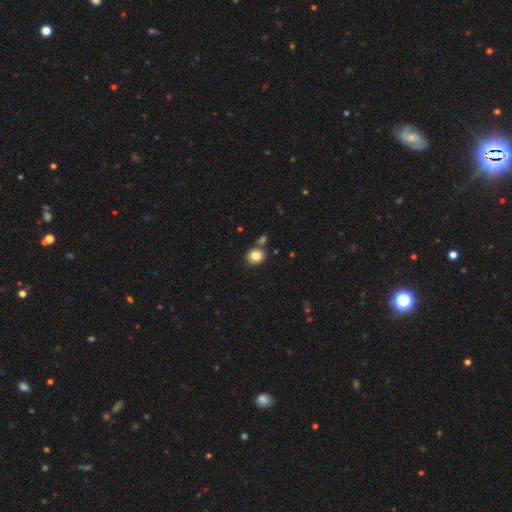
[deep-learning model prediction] Smooth or featured? smooth (83%)
How rounded? round (72%)
Merging? none (77%)